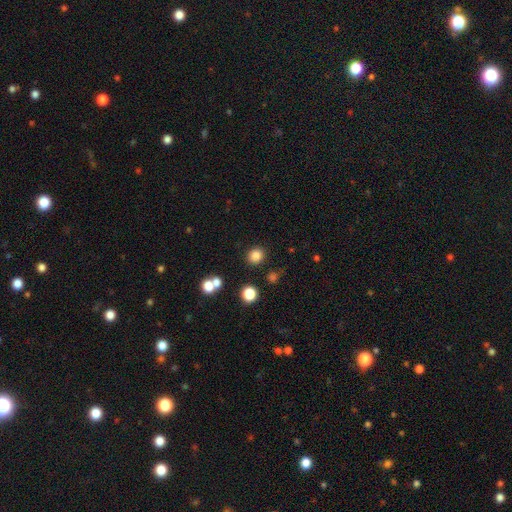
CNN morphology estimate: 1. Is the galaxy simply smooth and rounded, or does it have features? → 82% smooth, 13% star or artifact, 5% featured or disk.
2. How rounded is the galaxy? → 80% round, 19% in between, 1% cigar-shaped.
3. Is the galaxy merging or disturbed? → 86% none, 7% minor disturbance, 4% merger, 3% major disturbance.